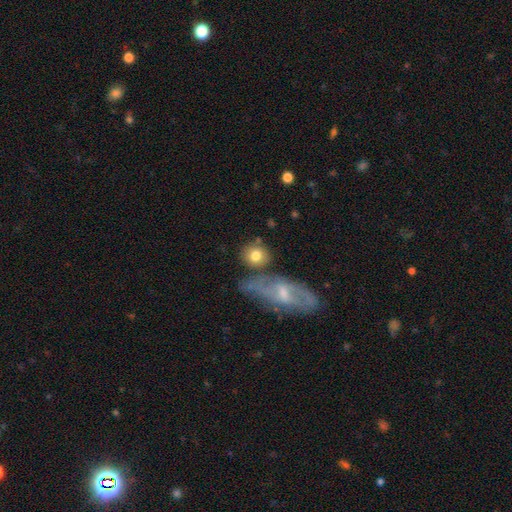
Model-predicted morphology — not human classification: smooth-or-featured: smooth: 74% | featured or disk: 19% | star or artifact: 7%
  how-rounded: round: 76% | in between: 22% | cigar-shaped: 3%
  merging: none: 64% | merger: 17% | minor disturbance: 13% | major disturbance: 6%